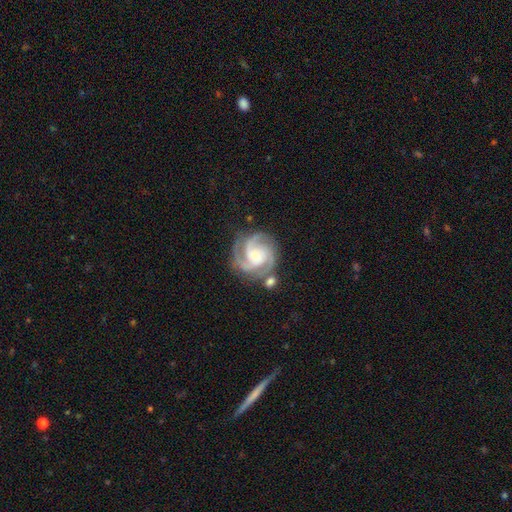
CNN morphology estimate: Smooth or featured? Predicted: featured or disk (p=0.90). Edge-on disk? Predicted: no (p=0.98). Bar? Predicted: no (p=0.65). Spiral arms? Predicted: yes (p=0.98). Spiral winding? Predicted: tight (p=0.54). Spiral arm count? Predicted: 3 (p=0.66). Bulge size? Predicted: small (p=0.54). Merging? Predicted: none (p=0.71).